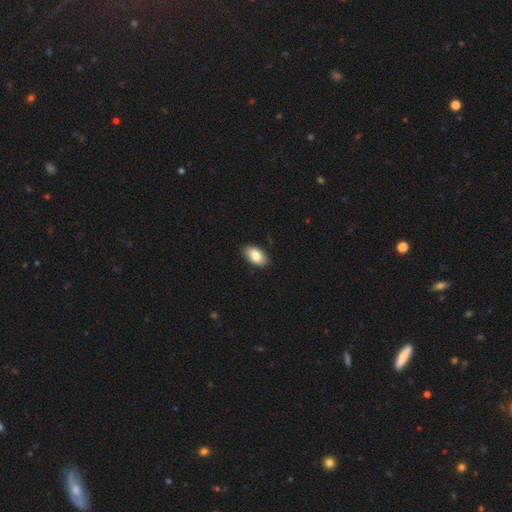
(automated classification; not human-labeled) smooth_or_featured: smooth (p=0.82) [alt: featured or disk p=0.11]
how_rounded: in between (p=0.94) [alt: round p=0.04]
merging: none (p=0.87) [alt: minor disturbance p=0.10]